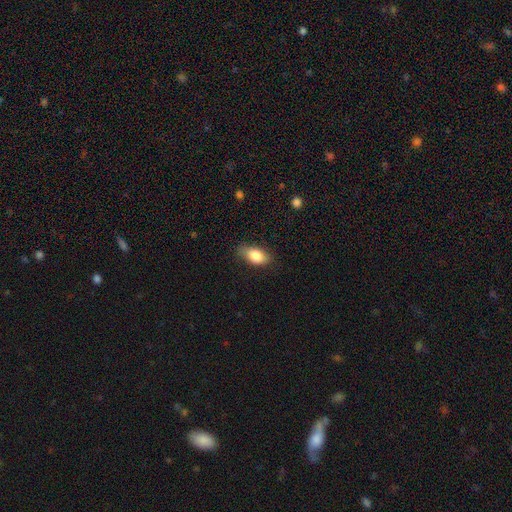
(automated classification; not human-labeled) Smooth or featured? Predicted: smooth (p=0.84). How rounded? Predicted: in between (p=0.89). Merging? Predicted: none (p=0.77).